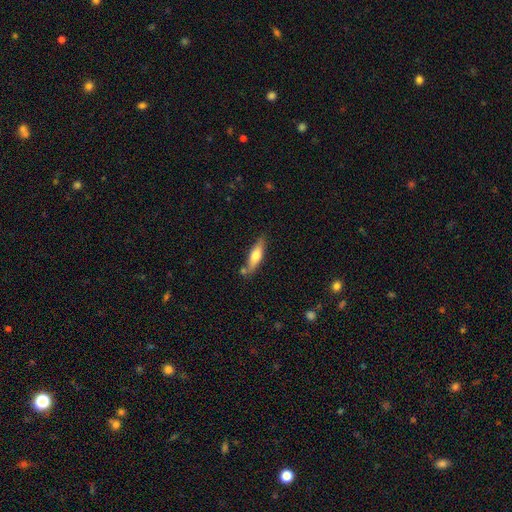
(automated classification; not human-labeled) The model was most divided on "smooth or featured": smooth: 57%, featured or disk: 37%, star or artifact: 6%. More confident: merging — none (73%); how rounded — cigar-shaped (63%).